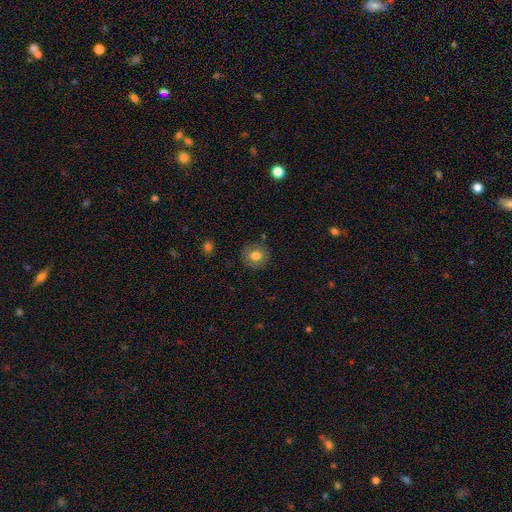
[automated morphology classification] Smooth or featured?
  - smooth: 73% *
  - featured or disk: 18%
  - star or artifact: 9%
How rounded?
  - round: 83% *
  - in between: 16%
  - cigar-shaped: 1%
Merging?
  - none: 85% *
  - minor disturbance: 11%
  - major disturbance: 3%
  - merger: 1%